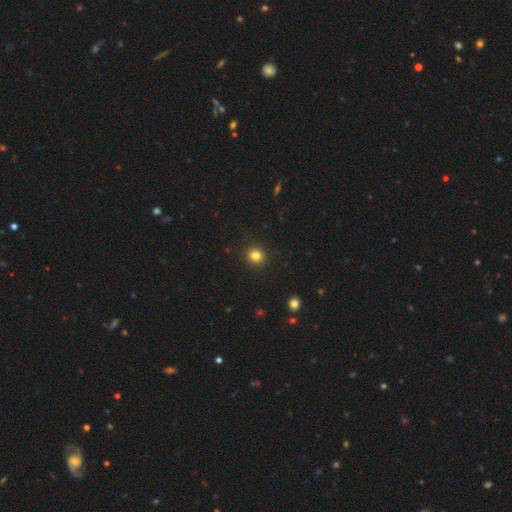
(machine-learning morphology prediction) smooth_or_featured: smooth (p=0.82) [alt: star or artifact p=0.13]
how_rounded: round (p=0.90) [alt: in between p=0.09]
merging: none (p=0.92) [alt: minor disturbance p=0.05]